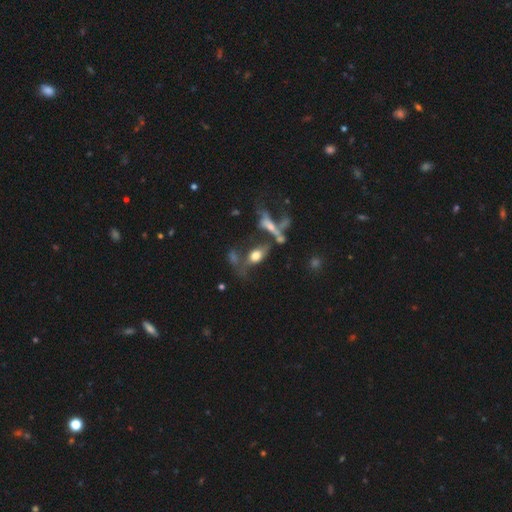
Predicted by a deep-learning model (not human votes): smooth_or_featured: smooth (p=0.48) [alt: featured or disk p=0.38]
merging: none (p=0.33) [alt: merger p=0.31]